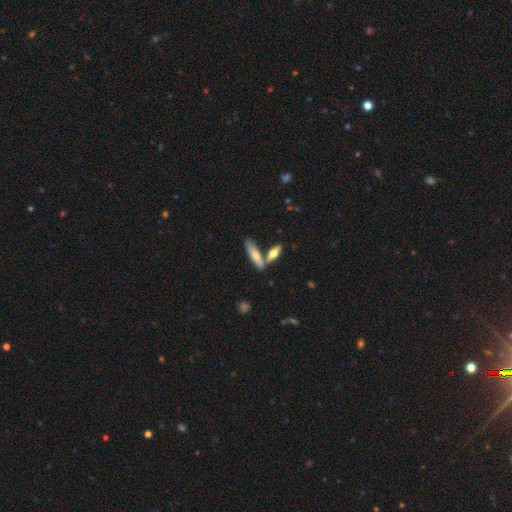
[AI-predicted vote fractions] smooth_or_featured: smooth (p=0.62) [alt: featured or disk p=0.32]
how_rounded: cigar-shaped (p=0.68) [alt: in between p=0.29]
merging: none (p=0.57) [alt: merger p=0.29]